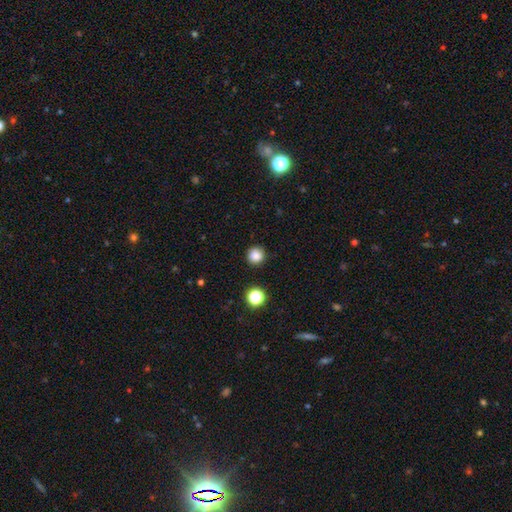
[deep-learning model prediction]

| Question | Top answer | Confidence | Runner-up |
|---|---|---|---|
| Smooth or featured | smooth | 85% | star or artifact (12%) |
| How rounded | round | 95% | in between (4%) |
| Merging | none | 91% | minor disturbance (6%) |